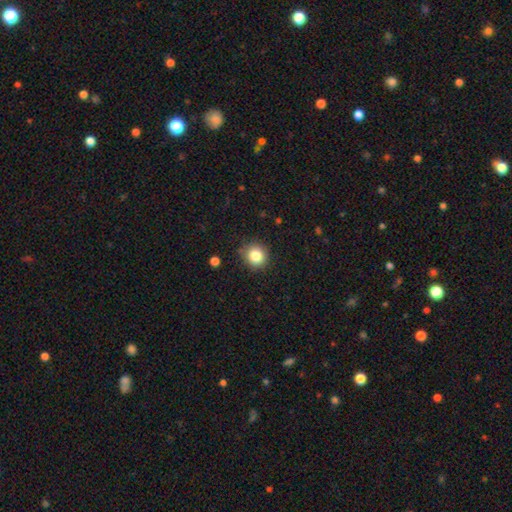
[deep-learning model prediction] Smooth or featured? smooth (83%)
How rounded? round (89%)
Merging? none (85%)